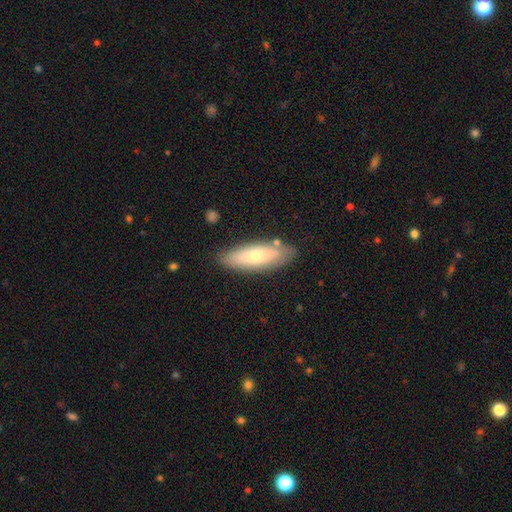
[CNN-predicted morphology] smooth-or-featured: smooth: 64% | featured or disk: 29% | star or artifact: 7%
  how-rounded: in between: 62% | cigar-shaped: 36% | round: 2%
  merging: none: 80% | minor disturbance: 13% | merger: 3% | major disturbance: 3%